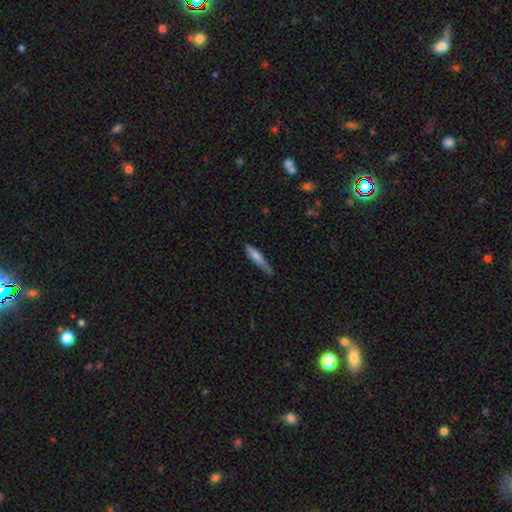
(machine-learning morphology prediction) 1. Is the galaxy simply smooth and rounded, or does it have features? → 66% smooth, 28% featured or disk, 7% star or artifact.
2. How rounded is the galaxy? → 86% cigar-shaped, 12% in between, 2% round.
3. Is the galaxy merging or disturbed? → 61% none, 30% minor disturbance, 6% major disturbance, 2% merger.